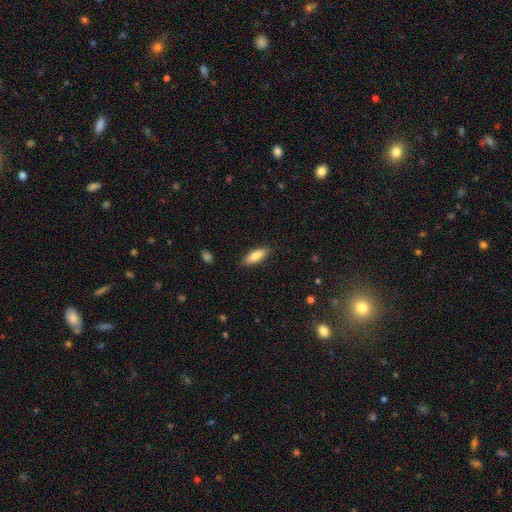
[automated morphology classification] A smooth galaxy with no disk features (81%) that is in between round and cigar-shaped (60%). Merging: none (86%).